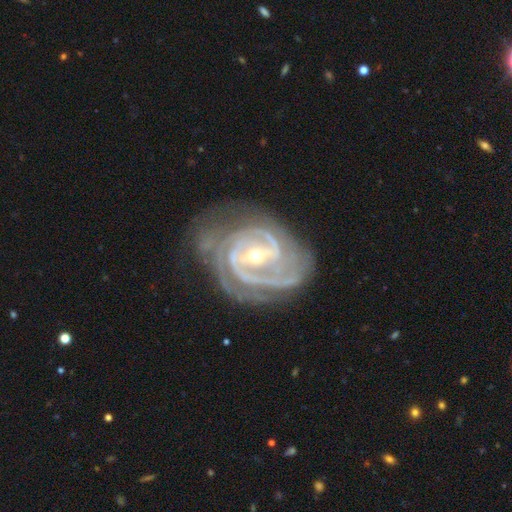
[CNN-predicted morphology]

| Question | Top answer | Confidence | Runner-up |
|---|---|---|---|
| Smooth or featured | featured or disk | 92% | star or artifact (5%) |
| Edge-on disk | no | 97% | yes (3%) |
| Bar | weak | 40% | strong (35%) |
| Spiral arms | yes | 98% | no (2%) |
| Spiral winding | tight | 68% | medium (28%) |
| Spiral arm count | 3 | 30% | 2 (27%) |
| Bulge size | small | 65% | moderate (32%) |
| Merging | none | 64% | minor disturbance (22%) |